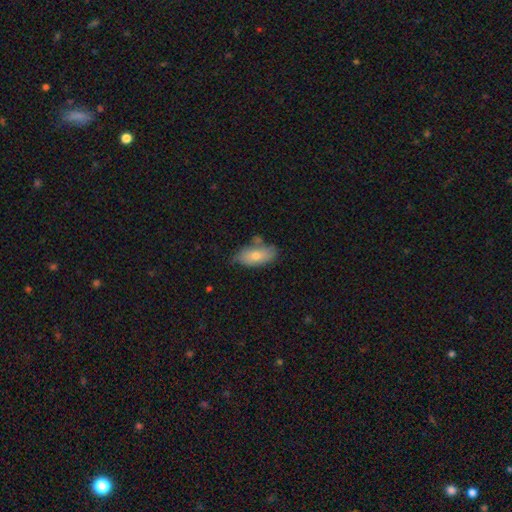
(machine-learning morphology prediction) The model was most divided on "merging": none: 65%, minor disturbance: 23%, merger: 8%, major disturbance: 4%. More confident: how rounded — in between (86%); smooth or featured — smooth (71%).